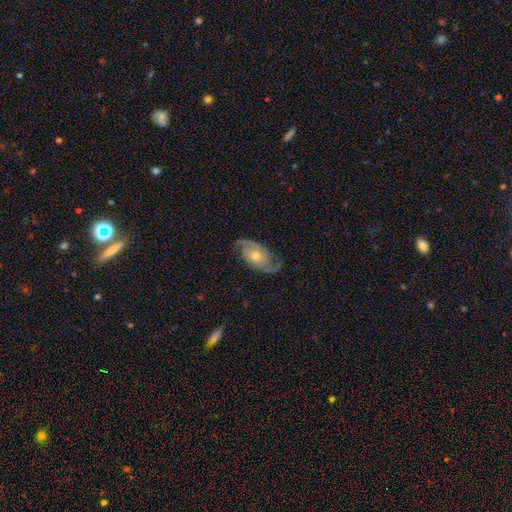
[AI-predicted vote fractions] Q: Smooth or featured?
A: featured or disk (83%); runner-up: smooth (12%)
Q: Edge-on disk?
A: no (96%); runner-up: yes (4%)
Q: Bar?
A: no (73%); runner-up: weak (22%)
Q: Spiral arms?
A: yes (94%); runner-up: no (6%)
Q: Spiral winding?
A: medium (43%); runner-up: loose (35%)
Q: Spiral arm count?
A: 2 (91%); runner-up: can't tell (4%)
Q: Bulge size?
A: moderate (56%); runner-up: small (38%)
Q: Merging?
A: none (75%); runner-up: minor disturbance (16%)